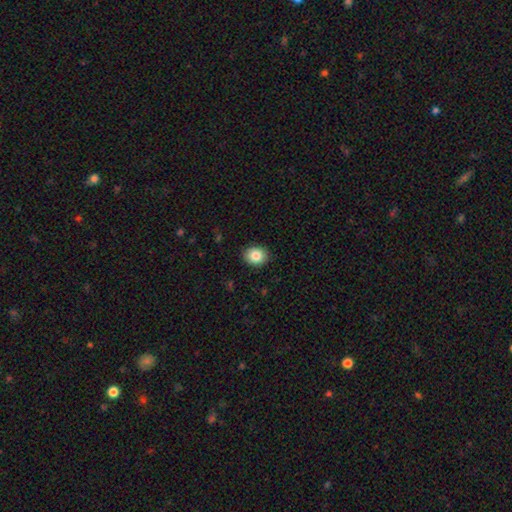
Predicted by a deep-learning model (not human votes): Overall: smooth (85%). How rounded: round (58%; in between 41%). Merging: none (89%).